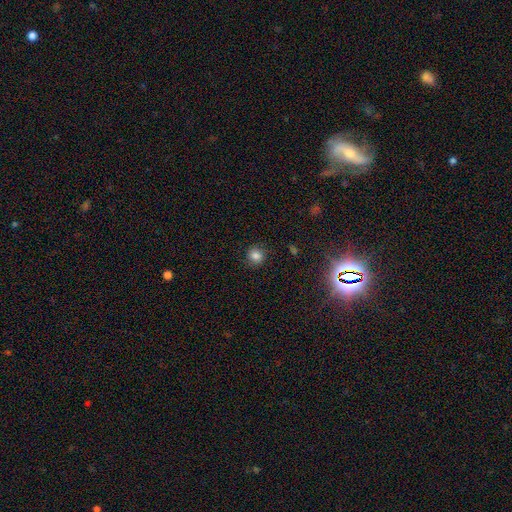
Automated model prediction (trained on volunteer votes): smooth 81%, star or artifact 13%, featured or disk 6%. Down the decision tree: how rounded — round (86%); merging — none (85%).